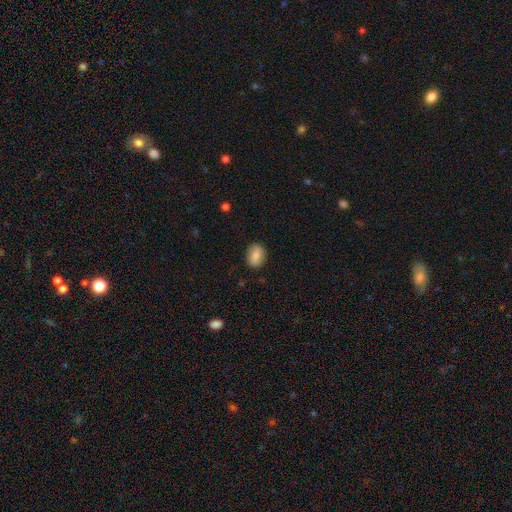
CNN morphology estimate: A smooth galaxy with no disk features (81%) that is in between round and cigar-shaped (68%). Merging: none (86%).